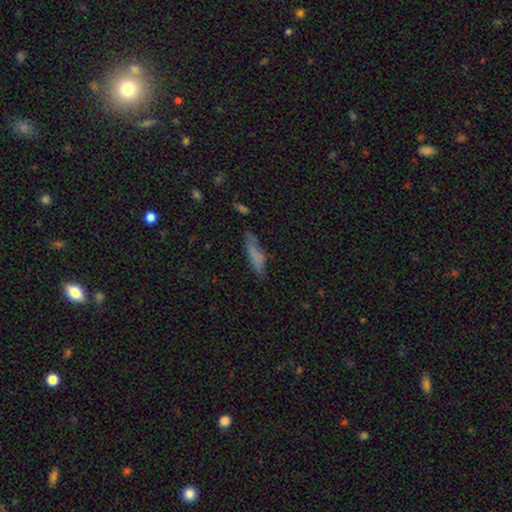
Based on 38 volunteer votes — A smooth galaxy with no disk features (68%) that is cigar-shaped (73%). Merging: none (67%).